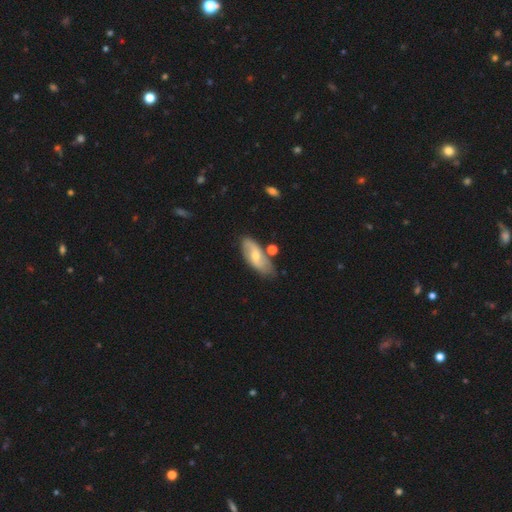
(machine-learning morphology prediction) smooth_or_featured: featured or disk (p=0.58) [alt: smooth p=0.36]
disk_edge_on: no (p=0.89) [alt: yes p=0.11]
bar: weak (p=0.44) [alt: no p=0.43]
has_spiral_arms: yes (p=0.82) [alt: no p=0.18]
bulge_size: small (p=0.52) [alt: moderate p=0.42]
merging: none (p=0.67) [alt: minor disturbance p=0.19]